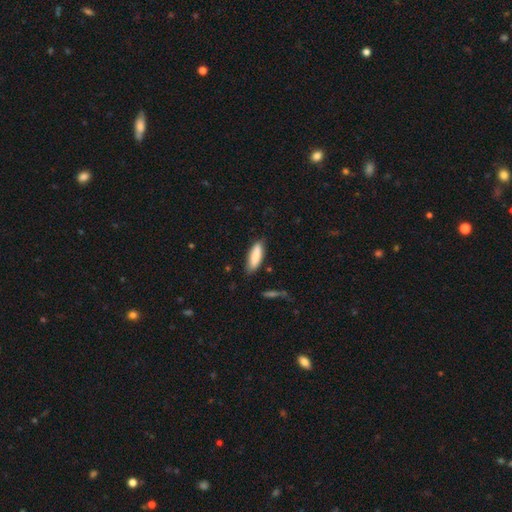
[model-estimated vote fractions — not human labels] A smooth galaxy with no disk features (82%) that is in between round and cigar-shaped (55%).

Vote fractions:
- Smooth or featured? smooth: 82% / featured or disk: 12% / star or artifact: 6%
- How rounded? in between: 55% / cigar-shaped: 44% / round: 2%
- Merging? none: 79% / minor disturbance: 16% / major disturbance: 3% / merger: 2%